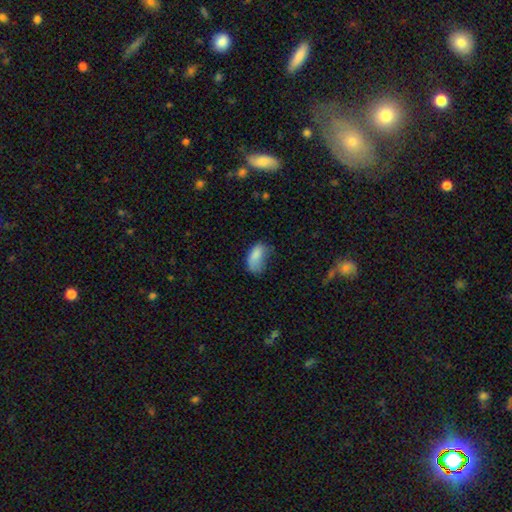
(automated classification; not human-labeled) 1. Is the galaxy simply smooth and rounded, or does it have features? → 81% smooth, 10% featured or disk, 9% star or artifact.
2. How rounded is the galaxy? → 92% in between, 5% round, 3% cigar-shaped.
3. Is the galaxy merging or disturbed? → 38% minor disturbance, 33% none, 27% major disturbance, 3% merger.